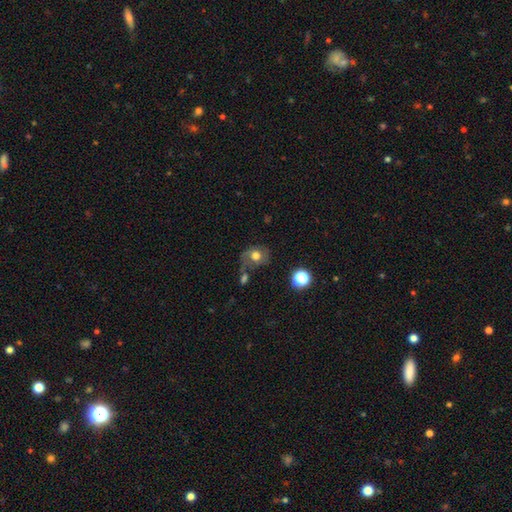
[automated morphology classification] Overall: smooth (63%; featured or disk 25%). How rounded: round (66%; in between 33%). Merging: none (45%; minor disturbance 23%).